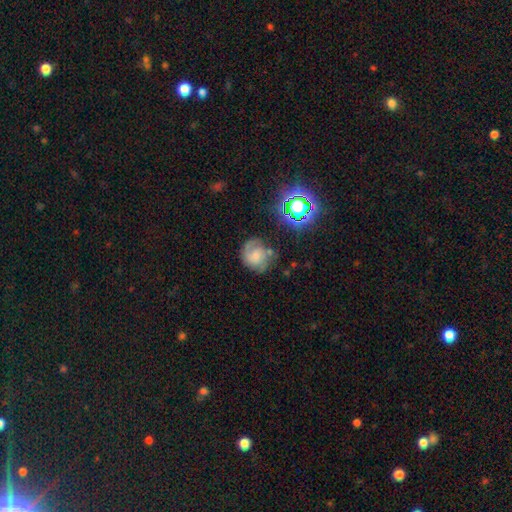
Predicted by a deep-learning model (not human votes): This appears to be a featured or disk galaxy (57%) with no bar (67%), spiral arms (90%) and a small central bulge (32%). Merging: none (61%).